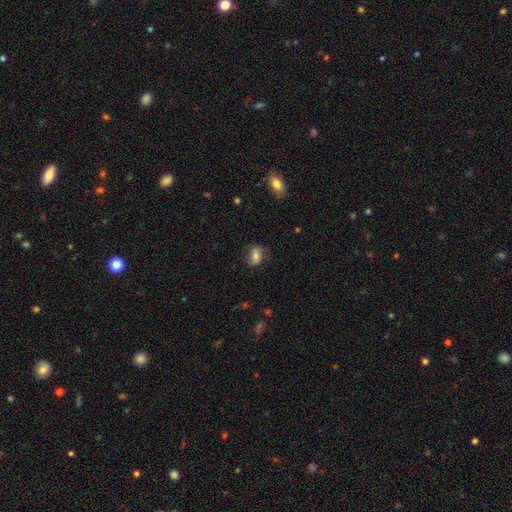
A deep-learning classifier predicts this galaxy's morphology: This is possibly a smooth galaxy (59%). How rounded: likely in between (72%). Merging: likely none (71%).